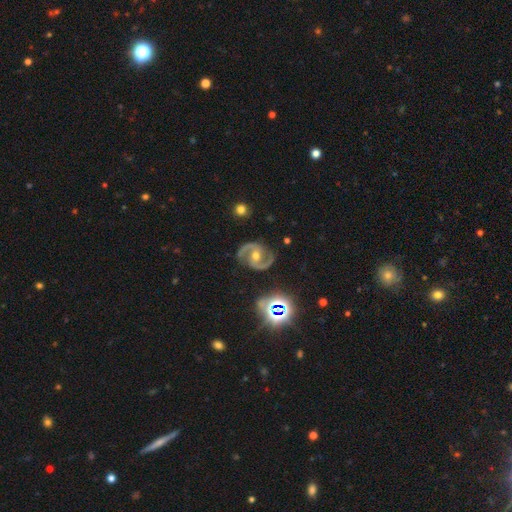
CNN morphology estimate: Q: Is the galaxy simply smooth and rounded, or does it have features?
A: featured or disk — 90%.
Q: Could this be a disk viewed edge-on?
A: no — 98%.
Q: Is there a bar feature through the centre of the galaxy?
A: no — 44%.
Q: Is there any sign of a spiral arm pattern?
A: yes — 98%.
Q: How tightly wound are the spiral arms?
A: medium — 63%.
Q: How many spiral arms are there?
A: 2 — 94%.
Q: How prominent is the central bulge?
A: moderate — 73%.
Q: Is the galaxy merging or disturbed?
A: none — 83%.